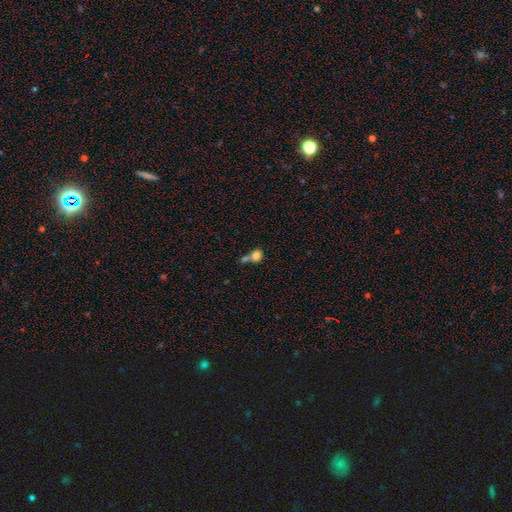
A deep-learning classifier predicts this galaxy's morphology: A smooth galaxy with no disk features (81%) that is round (62%). Merging: merger (52%).